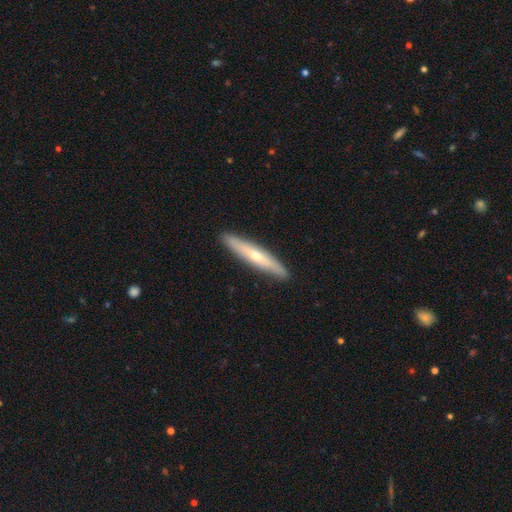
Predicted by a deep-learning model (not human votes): Smooth or featured: featured or disk — 51% (smooth — 43%)
Edge-on disk: yes — 86% (no — 14%)
Merging: none — 91% (minor disturbance — 7%)